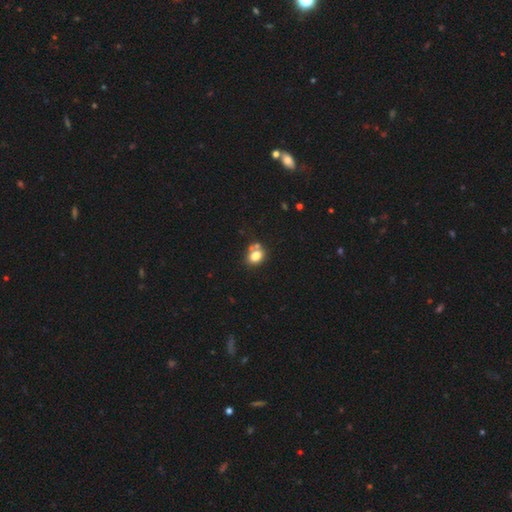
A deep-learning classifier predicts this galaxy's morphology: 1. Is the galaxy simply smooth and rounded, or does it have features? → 78% smooth, 12% star or artifact, 11% featured or disk.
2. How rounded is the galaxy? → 54% in between, 45% round, 1% cigar-shaped.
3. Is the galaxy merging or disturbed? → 53% none, 26% merger, 15% minor disturbance, 5% major disturbance.